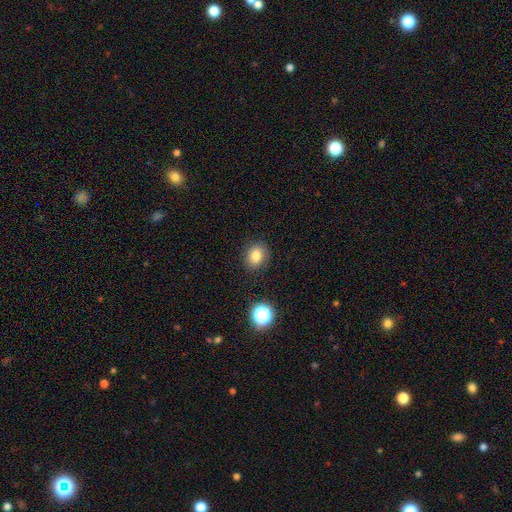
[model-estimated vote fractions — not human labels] Morphology: type=smooth (80%); roundness=round (62%); merging=none (85%).